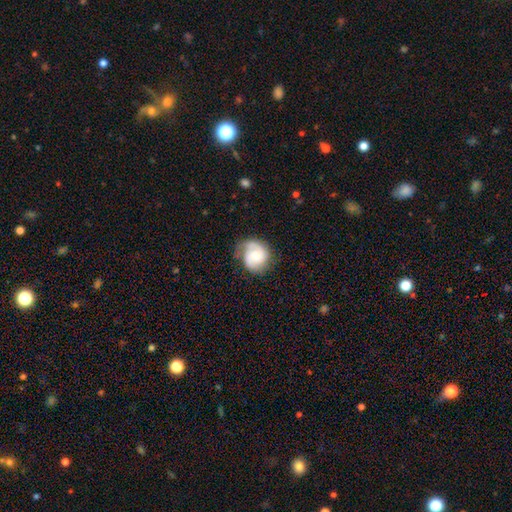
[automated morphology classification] type=featured or disk (64%); edge-on=no (98%); bar=no (63%); spiral arms=yes (91%); winding=medium (43%); arm count=2 (75%); bulge=moderate (51%); merging=none (65%).